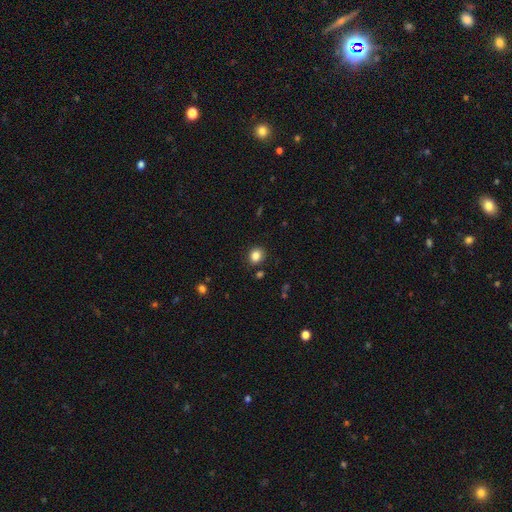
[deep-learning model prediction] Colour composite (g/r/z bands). It shows a smooth galaxy with no disk features (85%) that is round (64%). Merging: none (87%).